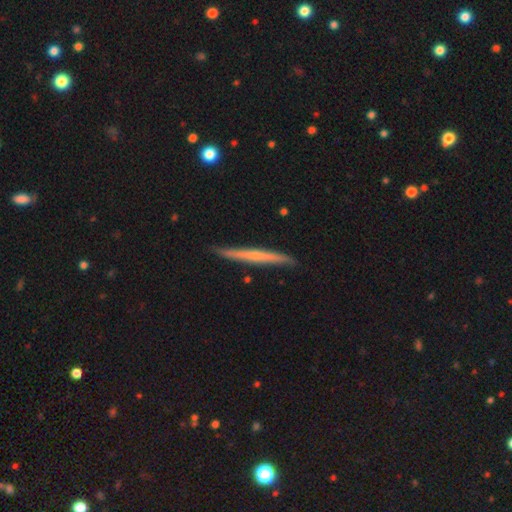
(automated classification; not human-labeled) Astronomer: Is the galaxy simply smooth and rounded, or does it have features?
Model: featured or disk — 55% (runner-up: smooth, 39%).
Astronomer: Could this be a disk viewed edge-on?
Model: yes — 97%.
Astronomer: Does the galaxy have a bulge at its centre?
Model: none — 66%.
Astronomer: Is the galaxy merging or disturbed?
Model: none — 88%.